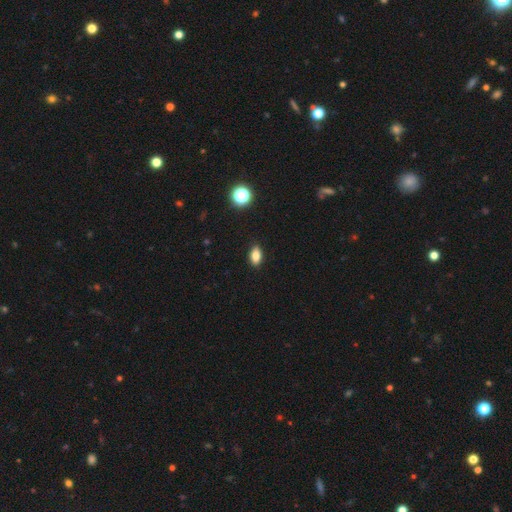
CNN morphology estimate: A smooth galaxy with no disk features (82%) that is in between round and cigar-shaped (88%). Merging: none (89%).